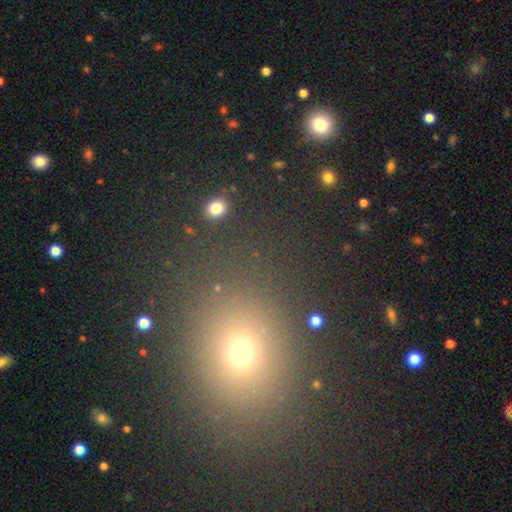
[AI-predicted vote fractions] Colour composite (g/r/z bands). It shows a smooth galaxy with no disk features (54%) that is round (66%). Merging: none (87%).